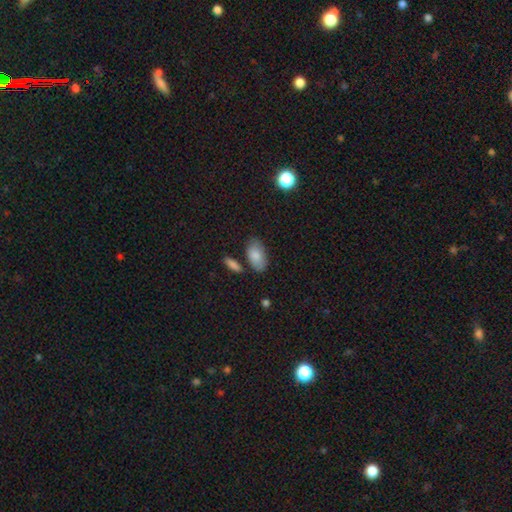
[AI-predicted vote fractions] Smooth or featured?
  - smooth: 84% *
  - featured or disk: 10%
  - star or artifact: 6%
How rounded?
  - in between: 93% *
  - round: 4%
  - cigar-shaped: 3%
Merging?
  - none: 75% *
  - minor disturbance: 15%
  - merger: 6%
  - major disturbance: 4%